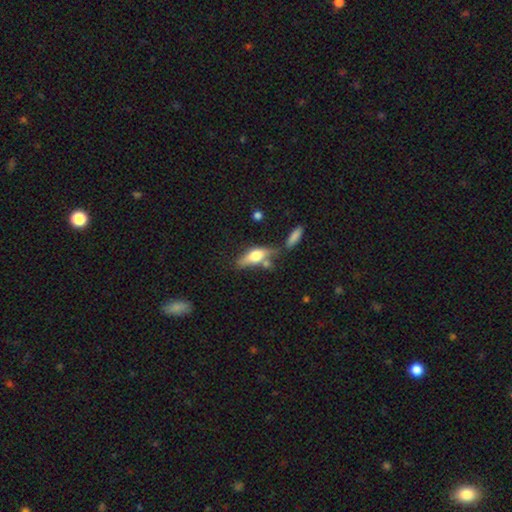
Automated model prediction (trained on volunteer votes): Morphology: type=smooth (54%); roundness=in between (59%); merging=none (53%).